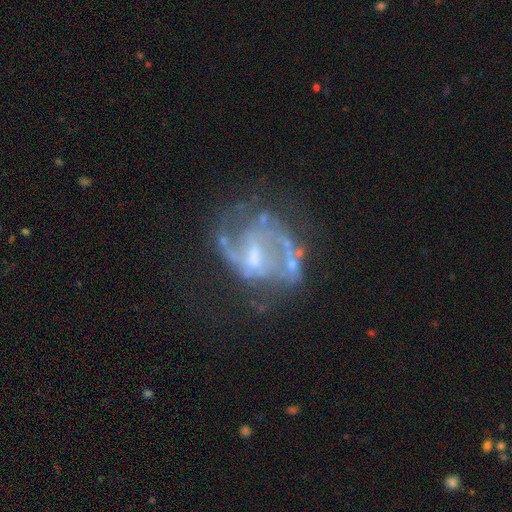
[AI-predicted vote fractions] Smooth or featured? Predicted: featured or disk (p=0.83). Edge-on disk? Predicted: no (p=0.98). Bar? Predicted: weak (p=0.55). Spiral arms? Predicted: yes (p=0.84). Spiral winding? Predicted: medium (p=0.48). Spiral arm count? Predicted: 2 (p=0.66). Bulge size? Predicted: small (p=0.43). Merging? Predicted: none (p=0.48).